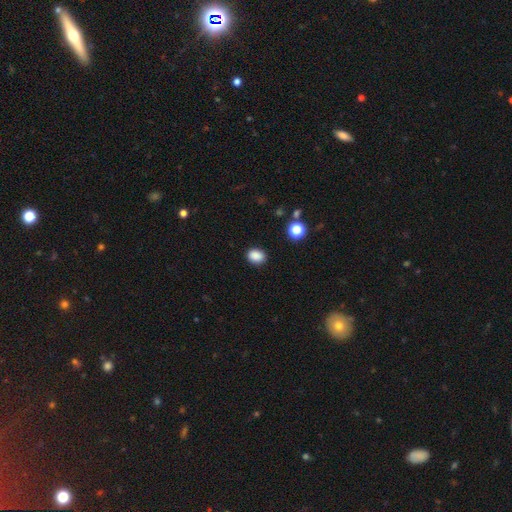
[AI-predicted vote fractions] This is clearly a smooth galaxy (87%). How rounded: likely in between (62%). Merging: clearly none (88%).